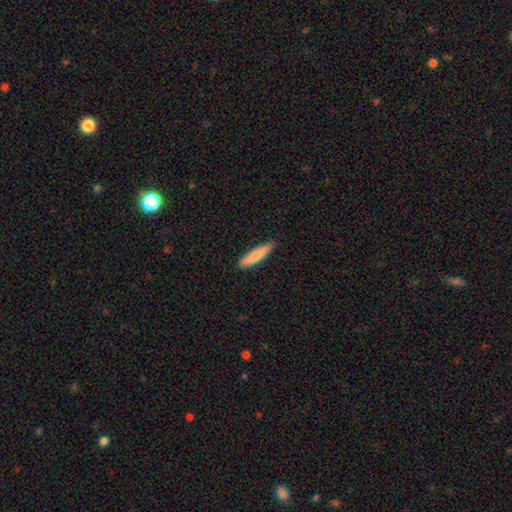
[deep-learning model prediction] smooth 82%, featured or disk 13%, star or artifact 6%. Down the decision tree: how rounded — cigar-shaped (86%); merging — none (89%).